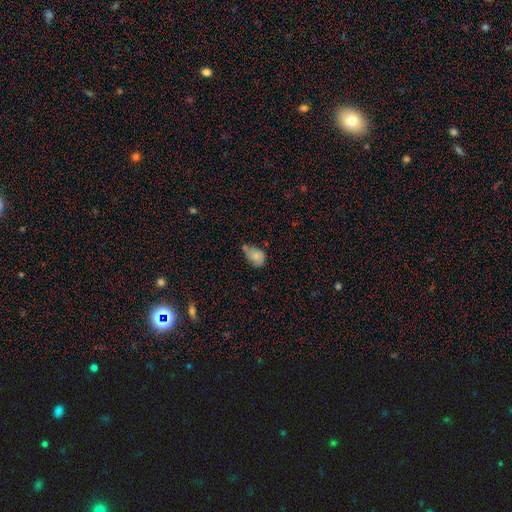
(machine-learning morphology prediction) This is likely a smooth galaxy (77%). How rounded: likely in between (76%). Merging: marginally minor disturbance (38%).